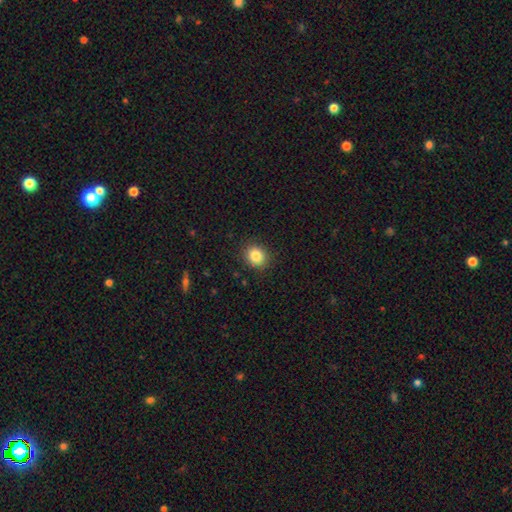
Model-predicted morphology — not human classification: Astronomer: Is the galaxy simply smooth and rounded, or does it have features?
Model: smooth — 85%.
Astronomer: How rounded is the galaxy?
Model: round — 69%.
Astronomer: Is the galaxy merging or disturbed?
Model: none — 88%.